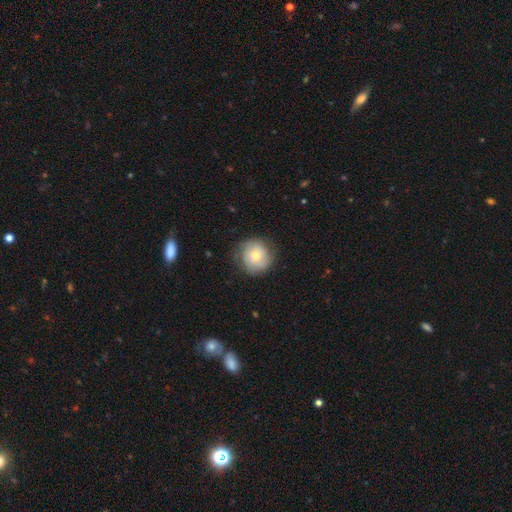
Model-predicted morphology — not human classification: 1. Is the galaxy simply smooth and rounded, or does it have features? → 63% smooth, 29% featured or disk, 8% star or artifact.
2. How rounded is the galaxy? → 92% round, 7% in between, 1% cigar-shaped.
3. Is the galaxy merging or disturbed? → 78% none, 16% minor disturbance, 5% major disturbance, 1% merger.